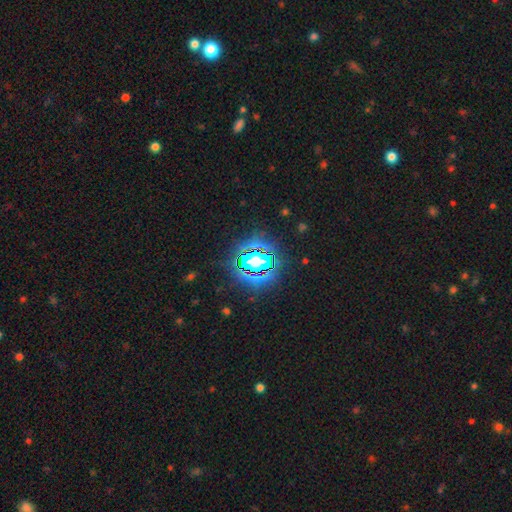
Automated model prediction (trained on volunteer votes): A star or artifact, not a galaxy (71%).

Vote fractions:
- Smooth or featured? star or artifact: 71% / smooth: 18% / featured or disk: 11%